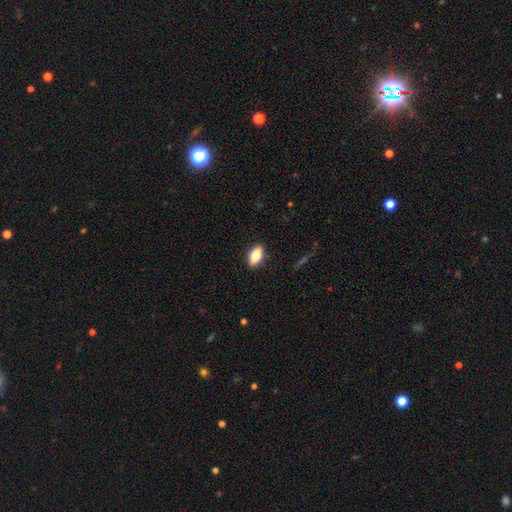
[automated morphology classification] Overall: smooth (80%). How rounded: in between (90%). Merging: none (89%).